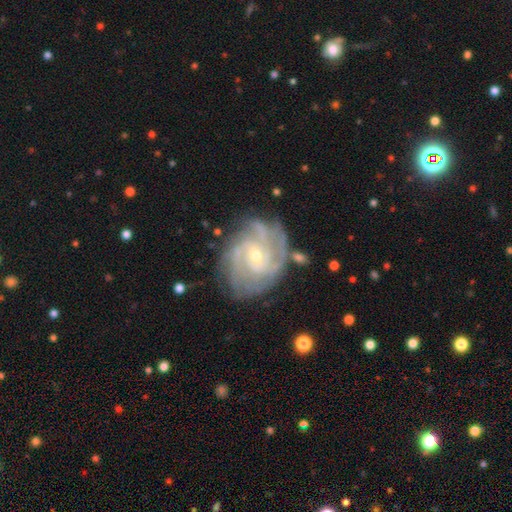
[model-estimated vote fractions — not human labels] This is clearly a featured or disk galaxy (88%). It is clearly not viewed edge-on (97%). Bar: possibly no (60%). Spiral arm pattern: clearly yes (96%). Spiral arm count: marginally can't tell (27%). Spiral winding: likely tight (66%). Central bulge: likely small (64%). Merging: likely none (69%).